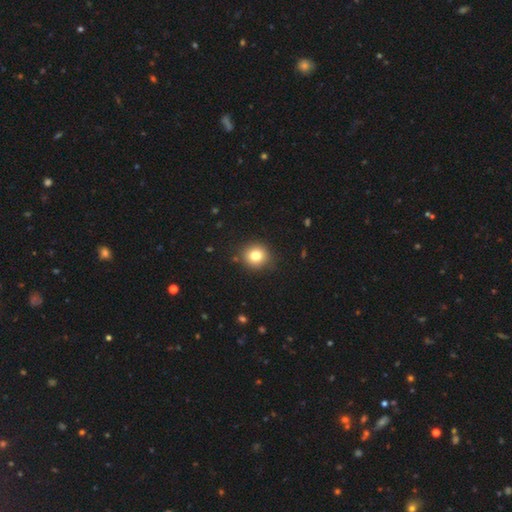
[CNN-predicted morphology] type=smooth (79%); roundness=round (91%); merging=none (89%).